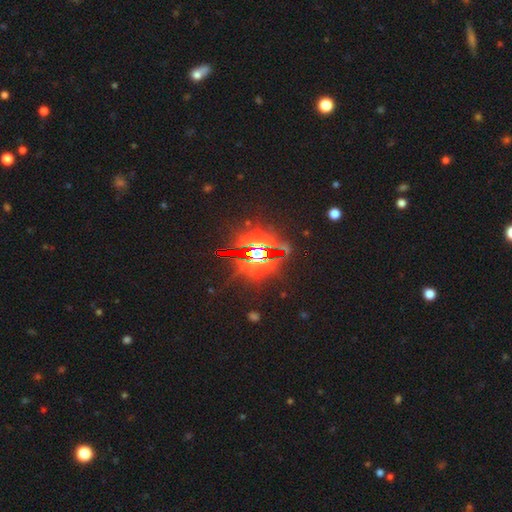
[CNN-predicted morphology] Overall: star or artifact (78%).